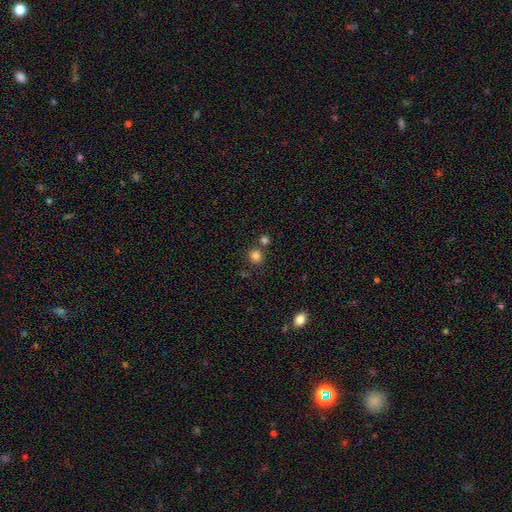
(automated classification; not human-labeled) Smooth or featured?
  - smooth: 82% *
  - star or artifact: 13%
  - featured or disk: 5%
How rounded?
  - round: 91% *
  - in between: 8%
  - cigar-shaped: 1%
Merging?
  - none: 73% *
  - merger: 16%
  - minor disturbance: 8%
  - major disturbance: 3%